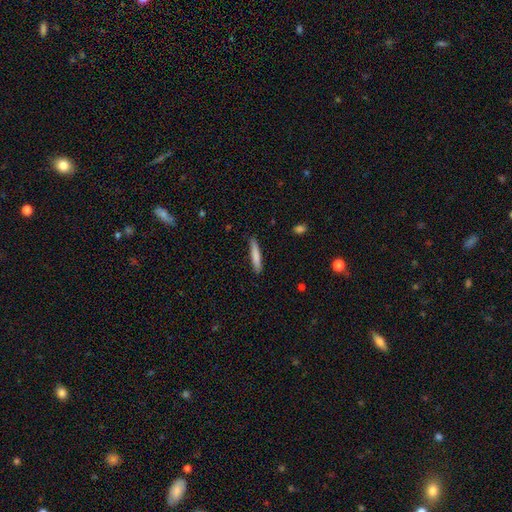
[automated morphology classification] This is clearly a smooth galaxy (80%). How rounded: clearly cigar-shaped (92%). Merging: clearly none (86%).